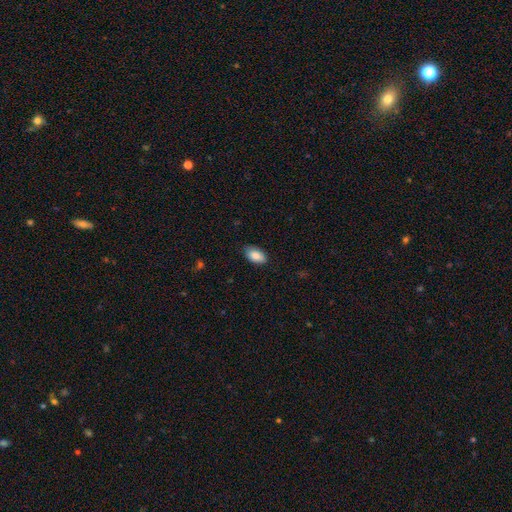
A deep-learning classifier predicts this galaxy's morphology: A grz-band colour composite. It shows a smooth galaxy with no disk features (86%) that is in between round and cigar-shaped (94%). Merging: none (84%).